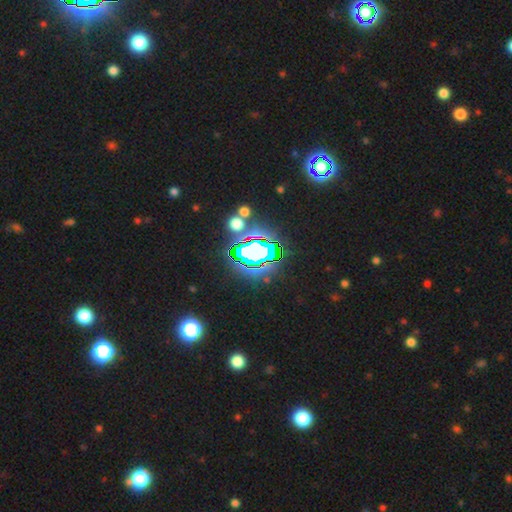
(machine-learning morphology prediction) A star or artifact, not a galaxy (69%).

Vote fractions:
- Smooth or featured? star or artifact: 69% / smooth: 17% / featured or disk: 13%